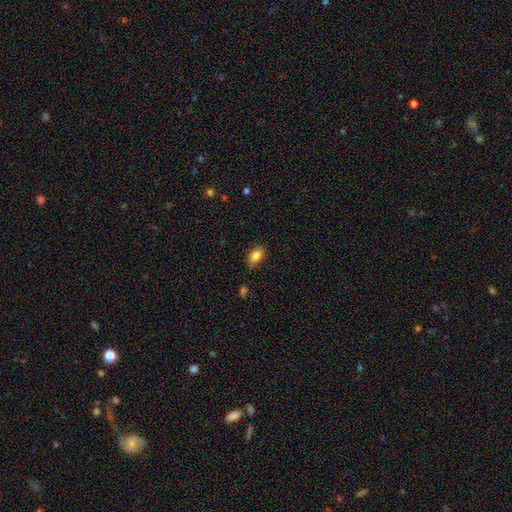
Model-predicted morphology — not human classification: Smooth or featured? smooth (85%)
How rounded? in between (83%)
Merging? none (80%)